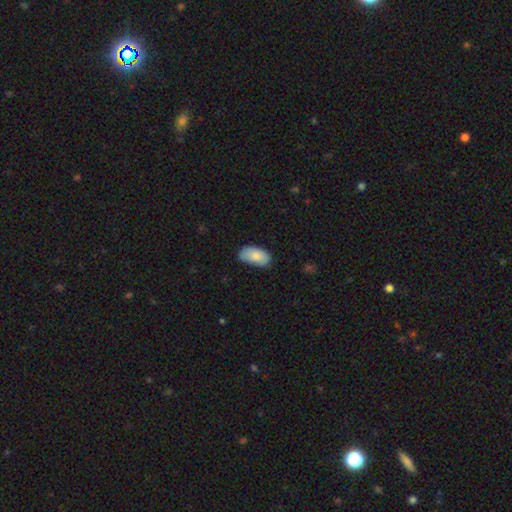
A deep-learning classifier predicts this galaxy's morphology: Smooth or featured?
  - smooth: 82% *
  - featured or disk: 11%
  - star or artifact: 6%
How rounded?
  - in between: 95% *
  - round: 3%
  - cigar-shaped: 2%
Merging?
  - none: 69% *
  - minor disturbance: 25%
  - major disturbance: 4%
  - merger: 2%